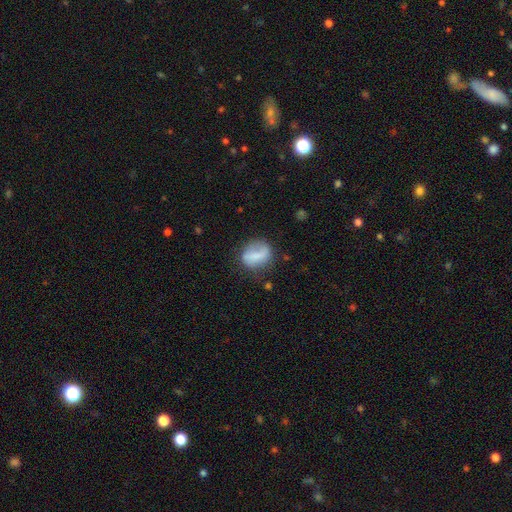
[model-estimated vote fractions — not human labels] Smooth or featured: smooth — 63% (featured or disk — 28%)
How rounded: round — 52% (in between — 45%)
Merging: none — 56% (minor disturbance — 25%)